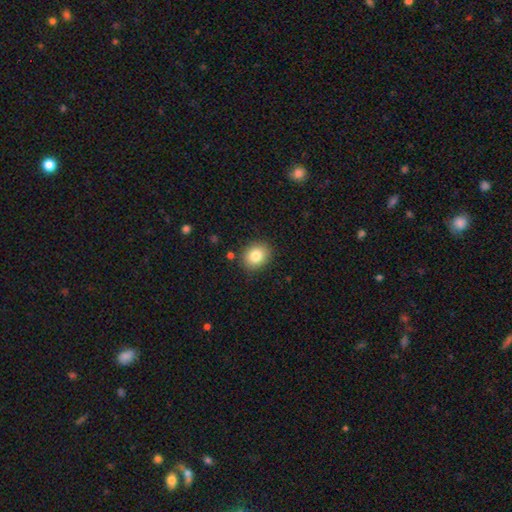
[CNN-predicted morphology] This appears to be a smooth galaxy with no disk features (81%) that is round (60%). Merging: none (86%).